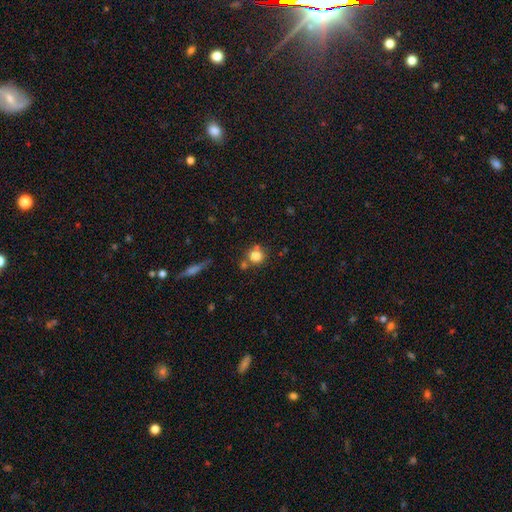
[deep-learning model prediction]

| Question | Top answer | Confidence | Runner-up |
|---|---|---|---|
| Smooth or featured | smooth | 81% | star or artifact (11%) |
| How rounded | round | 88% | in between (10%) |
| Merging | none | 65% | merger (19%) |